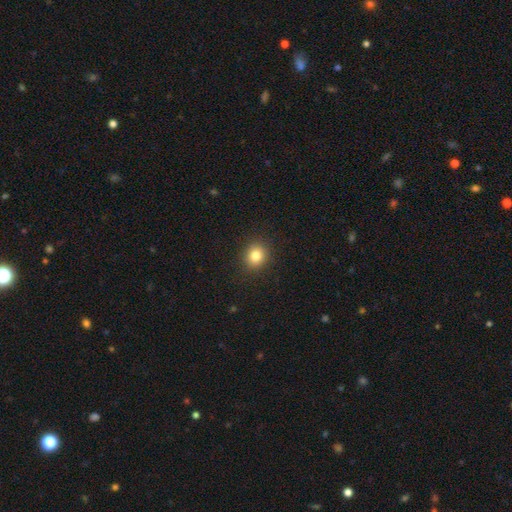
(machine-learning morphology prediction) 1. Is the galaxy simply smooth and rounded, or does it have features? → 82% smooth, 11% star or artifact, 6% featured or disk.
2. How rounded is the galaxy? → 76% round, 23% in between, 1% cigar-shaped.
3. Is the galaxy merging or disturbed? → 90% none, 7% minor disturbance, 2% major disturbance, 1% merger.